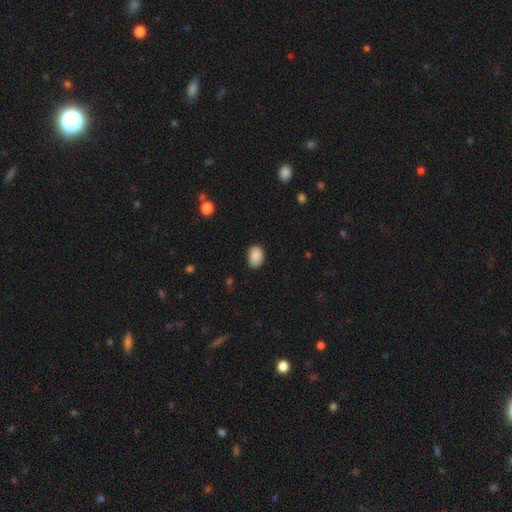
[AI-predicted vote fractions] Smooth or featured? Predicted: smooth (p=0.89). How rounded? Predicted: in between (p=0.79). Merging? Predicted: none (p=0.80).